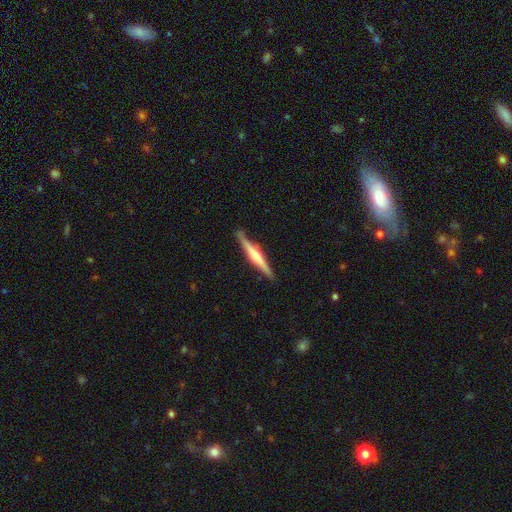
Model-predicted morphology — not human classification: Overall: featured or disk (65%; smooth 30%). Edge-on disk: yes (98%). Edge-on bulge: rounded (69%). Merging: none (86%).